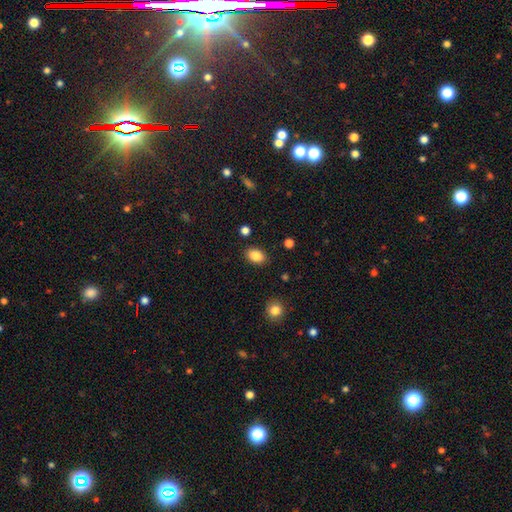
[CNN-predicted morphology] Overall: smooth (86%). How rounded: in between (84%). Merging: none (86%).